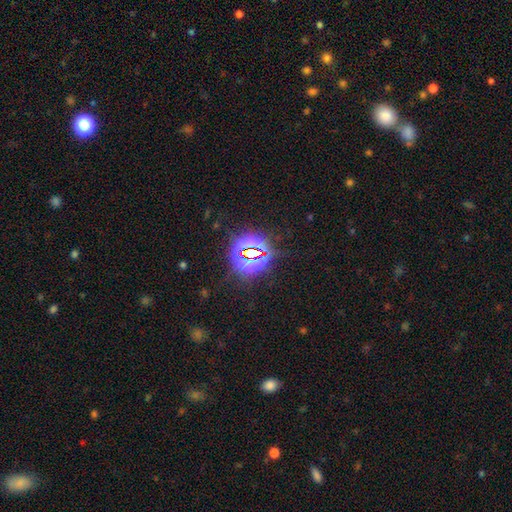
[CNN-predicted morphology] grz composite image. It shows a star or artifact, not a galaxy (80%).